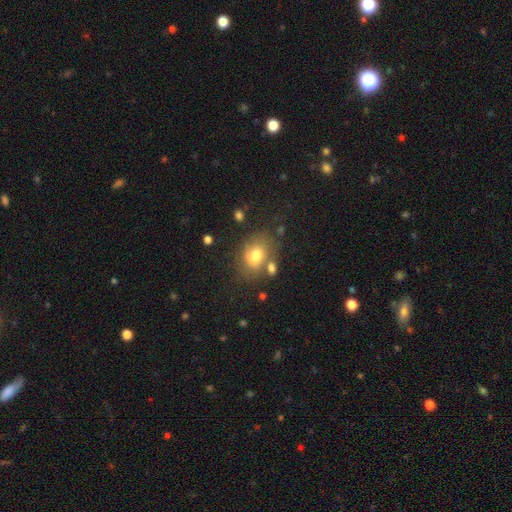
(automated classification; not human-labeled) A smooth galaxy with no disk features (71%) that is in between round and cigar-shaped (59%). Merging: none (56%).